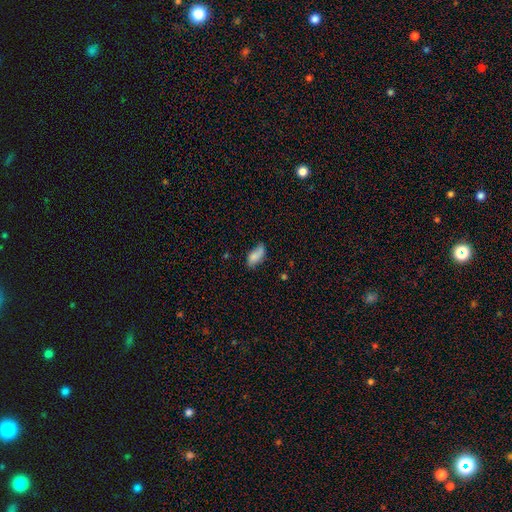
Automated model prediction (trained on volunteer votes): Smooth or featured: smooth — 79% (featured or disk — 13%)
How rounded: in between — 90% (cigar-shaped — 7%)
Merging: none — 53% (minor disturbance — 34%)